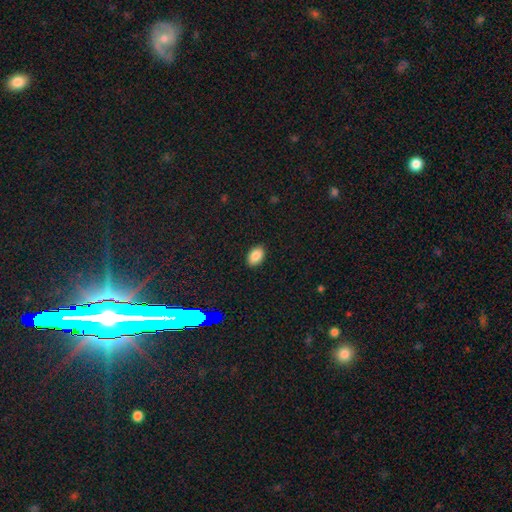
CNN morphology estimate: smooth_or_featured: smooth (p=0.85) [alt: star or artifact p=0.09]
how_rounded: in between (p=0.88) [alt: round p=0.11]
merging: none (p=0.90) [alt: minor disturbance p=0.07]